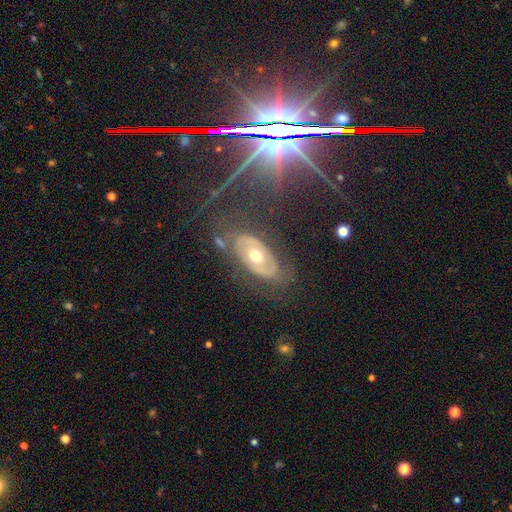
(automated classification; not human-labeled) featured or disk 62%, star or artifact 19%, smooth 19%. Down the decision tree: edge-on disk — no (86%); bar — no (78%); spiral arms — no (56%); bulge size — moderate (73%); merging — none (76%).